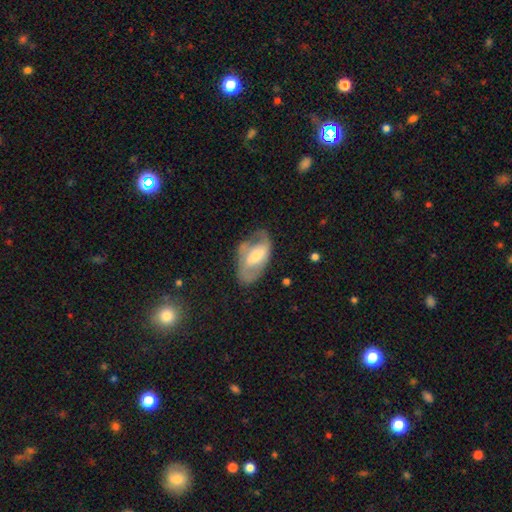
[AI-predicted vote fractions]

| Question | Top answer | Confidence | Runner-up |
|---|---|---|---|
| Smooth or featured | featured or disk | 57% | smooth (36%) |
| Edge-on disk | no | 92% | yes (8%) |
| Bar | weak | 40% | no (38%) |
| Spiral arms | yes | 63% | no (37%) |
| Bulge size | moderate | 56% | small (27%) |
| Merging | none | 52% | minor disturbance (29%) |